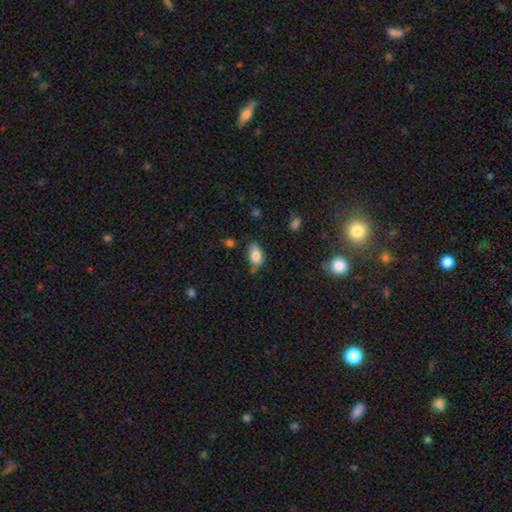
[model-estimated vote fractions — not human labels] The model was most divided on "merging": none: 58%, minor disturbance: 31%, major disturbance: 7%, merger: 5%. More confident: how rounded — in between (91%); smooth or featured — smooth (82%).